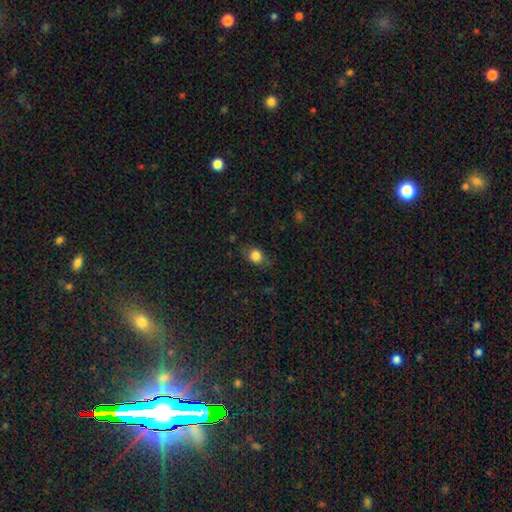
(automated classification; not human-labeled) This appears to be a smooth galaxy with no disk features (83%) that is round (56%). Merging: none (74%).